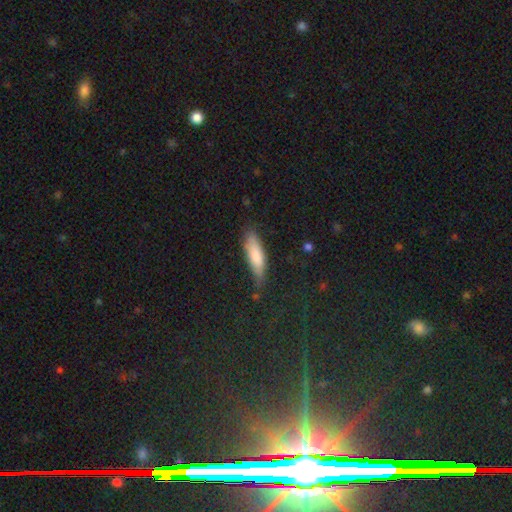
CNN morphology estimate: A smooth galaxy with no disk features (80%) that is cigar-shaped (59%).

Vote fractions:
- Smooth or featured? smooth: 80% / featured or disk: 14% / star or artifact: 6%
- How rounded? cigar-shaped: 59% / in between: 39% / round: 2%
- Merging? none: 73% / minor disturbance: 21% / major disturbance: 5% / merger: 2%